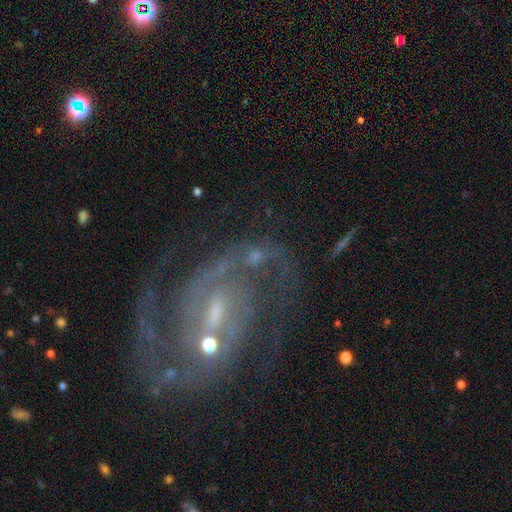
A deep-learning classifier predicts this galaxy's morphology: smooth_or_featured: featured or disk (p=0.66) [alt: star or artifact p=0.17]
disk_edge_on: no (p=0.93) [alt: yes p=0.07]
bar: weak (p=0.38) [alt: no p=0.34]
has_spiral_arms: yes (p=0.80) [alt: no p=0.20]
bulge_size: moderate (p=0.43) [alt: small p=0.37]
merging: none (p=0.52) [alt: major disturbance p=0.21]